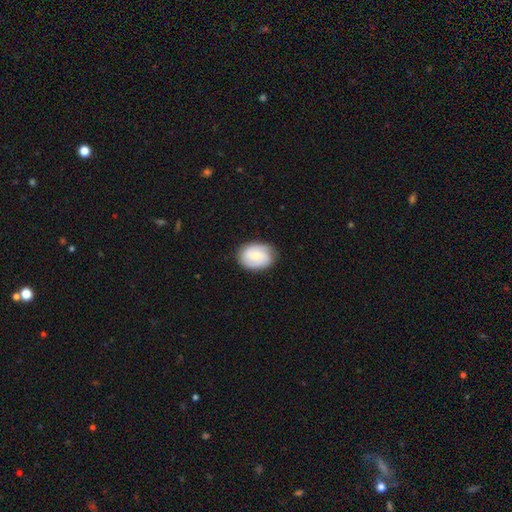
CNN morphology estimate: This appears to be a featured or disk galaxy (52%) with no bar (58%), spiral arms (88%) and a small central bulge (49%). Merging: none (81%).